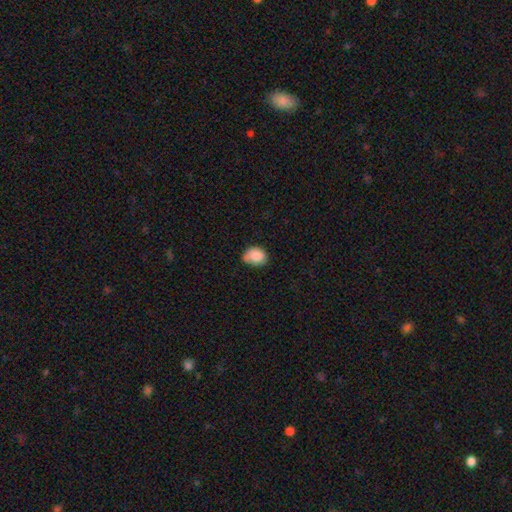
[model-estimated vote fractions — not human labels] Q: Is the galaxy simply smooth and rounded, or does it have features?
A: smooth — 86%.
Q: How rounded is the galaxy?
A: in between — 52%.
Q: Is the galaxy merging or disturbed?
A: none — 51%.